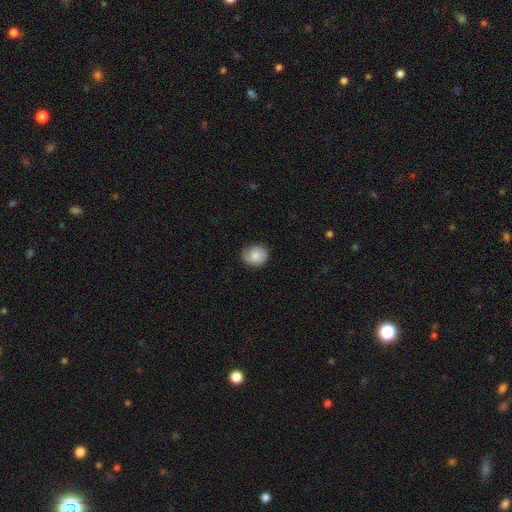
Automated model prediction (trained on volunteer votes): A smooth galaxy with no disk features (82%) that is round (67%).

Vote fractions:
- Smooth or featured? smooth: 82% / featured or disk: 11% / star or artifact: 7%
- How rounded? round: 67% / in between: 33% / cigar-shaped: 1%
- Merging? none: 80% / minor disturbance: 16% / major disturbance: 3% / merger: 1%